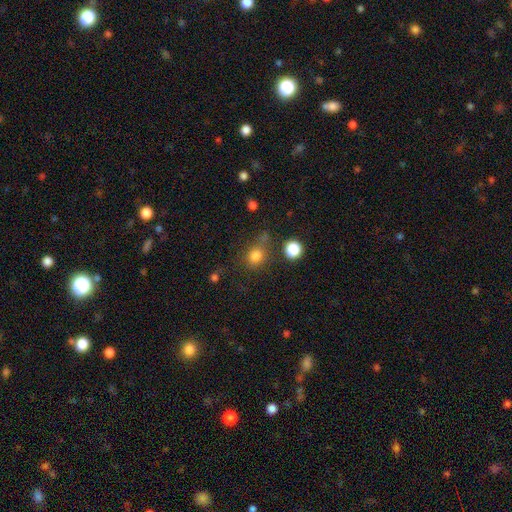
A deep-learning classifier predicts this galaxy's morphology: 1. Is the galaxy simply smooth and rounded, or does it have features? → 79% smooth, 14% star or artifact, 7% featured or disk.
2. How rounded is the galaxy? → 75% round, 24% in between, 1% cigar-shaped.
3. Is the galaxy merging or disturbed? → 62% none, 16% minor disturbance, 13% merger, 9% major disturbance.